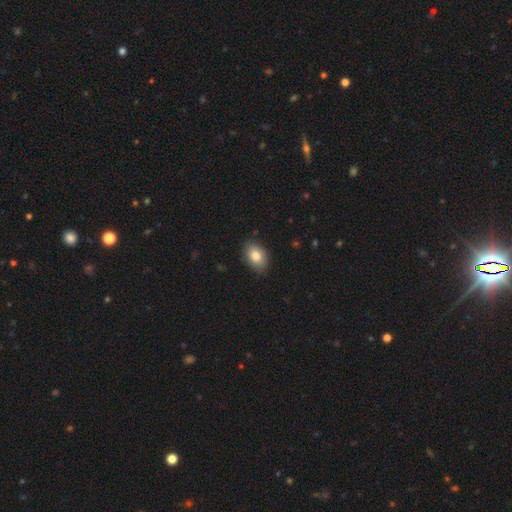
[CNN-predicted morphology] Q: Smooth or featured?
A: smooth (83%); runner-up: featured or disk (9%)
Q: How rounded?
A: in between (83%); runner-up: round (16%)
Q: Merging?
A: none (85%); runner-up: minor disturbance (12%)